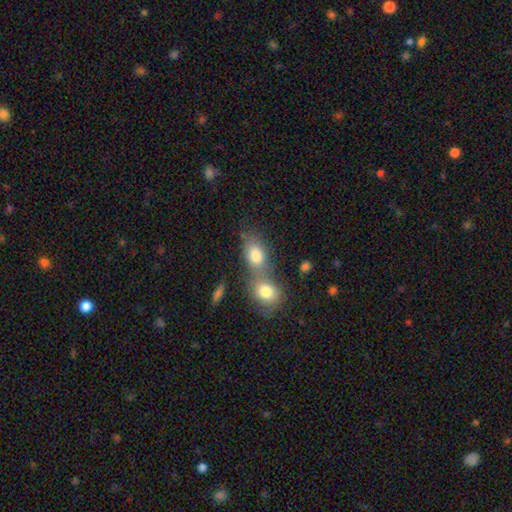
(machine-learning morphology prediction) Smooth or featured: smooth — 80% (featured or disk — 12%)
How rounded: in between — 74% (round — 23%)
Merging: merger — 57% (none — 32%)